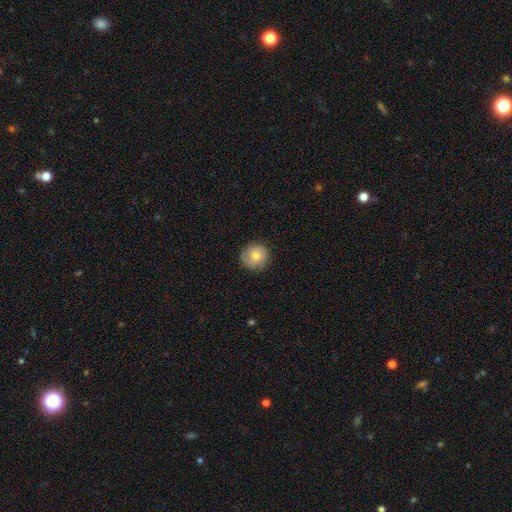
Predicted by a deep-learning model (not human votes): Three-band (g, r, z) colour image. It shows a smooth galaxy with no disk features (63%) that is round (92%). Merging: none (82%).